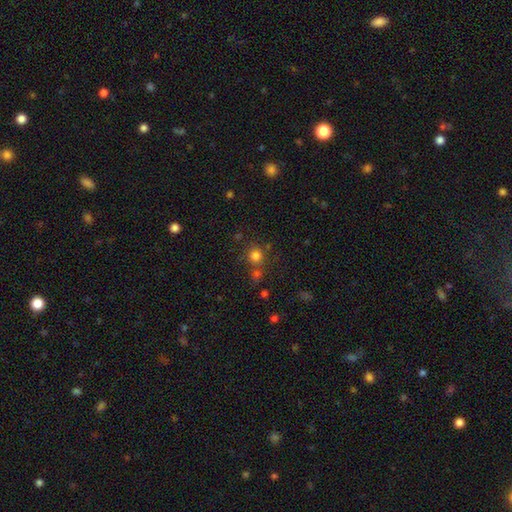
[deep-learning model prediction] A smooth galaxy with no disk features (77%) that is round (90%). Merging: none (67%).